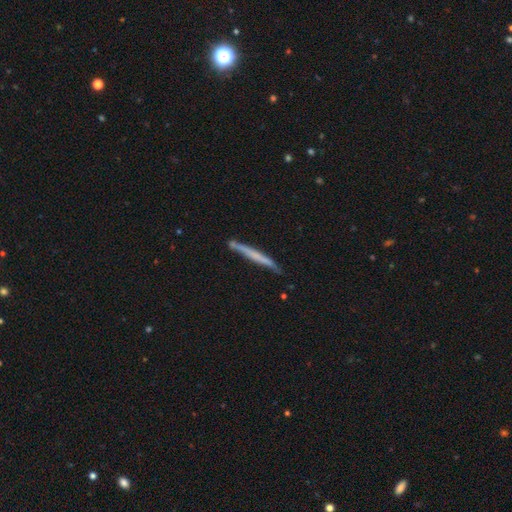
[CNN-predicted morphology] smooth_or_featured: featured or disk (p=0.47) [tied with: smooth p=0.47]
merging: none (p=0.81) [alt: minor disturbance p=0.14]